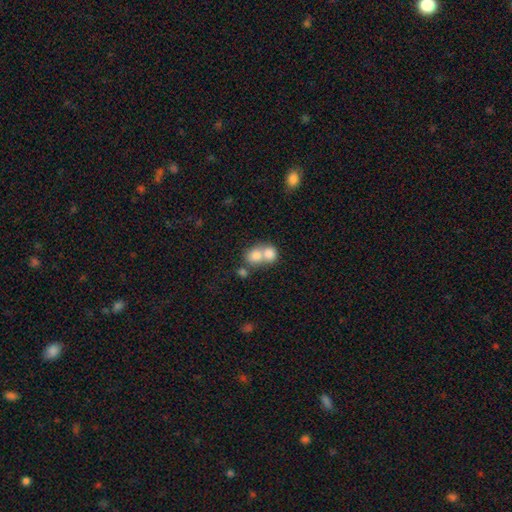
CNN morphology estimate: Smooth or featured? smooth (78%)
How rounded? round (68%)
Merging? merger (67%)